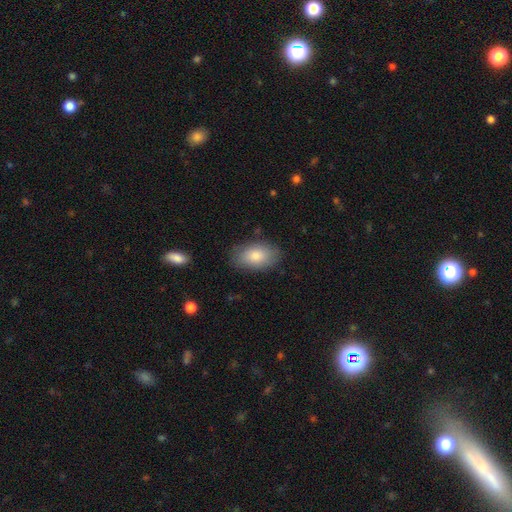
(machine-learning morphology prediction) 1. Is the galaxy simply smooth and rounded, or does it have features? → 83% smooth, 11% featured or disk, 6% star or artifact.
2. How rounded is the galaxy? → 93% in between, 5% round, 2% cigar-shaped.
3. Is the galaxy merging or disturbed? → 82% none, 13% minor disturbance, 3% major disturbance, 1% merger.